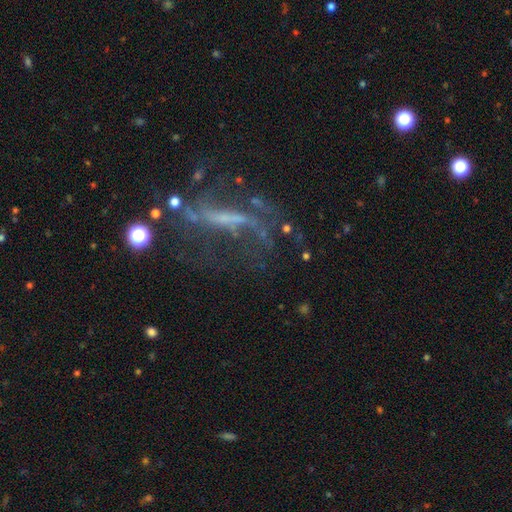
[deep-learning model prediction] Smooth or featured?
  - featured or disk: 68% *
  - star or artifact: 18%
  - smooth: 13%
Edge-on disk?
  - no: 76% *
  - yes: 24%
Bar?
  - strong: 43% *
  - no: 29%
  - weak: 28%
Spiral arms?
  - yes: 65% *
  - no: 35%
Bulge size?
  - none: 51% *
  - small: 30%
  - moderate: 14%
  - large: 3%
  - dominant: 2%
Merging?
  - none: 48% *
  - major disturbance: 28%
  - minor disturbance: 17%
  - merger: 7%